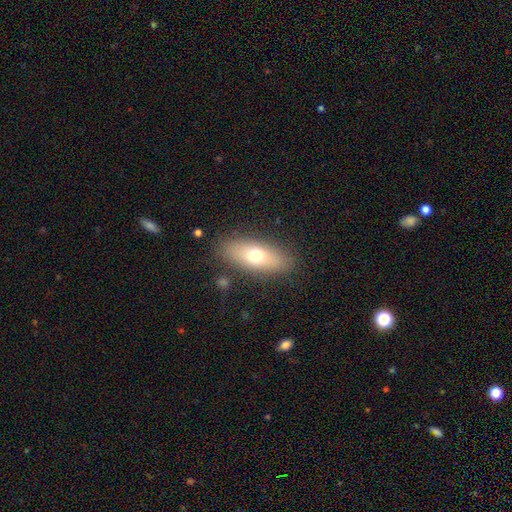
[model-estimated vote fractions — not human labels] Smooth or featured: smooth — 67% (featured or disk — 25%)
How rounded: in between — 71% (cigar-shaped — 24%)
Merging: none — 85% (minor disturbance — 10%)